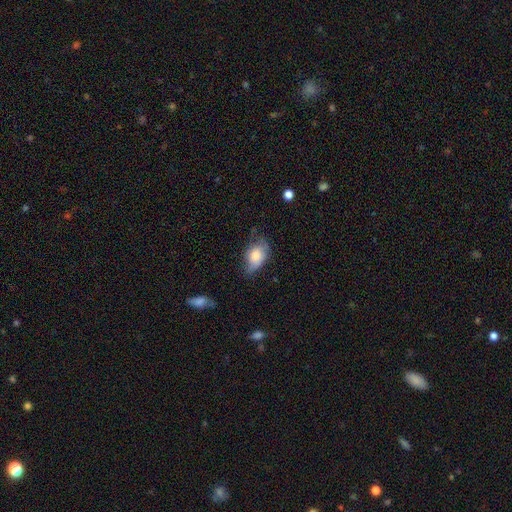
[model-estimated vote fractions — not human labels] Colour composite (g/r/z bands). It shows a smooth galaxy with no disk features (75%) that is in between round and cigar-shaped (88%). Merging: none (43%).